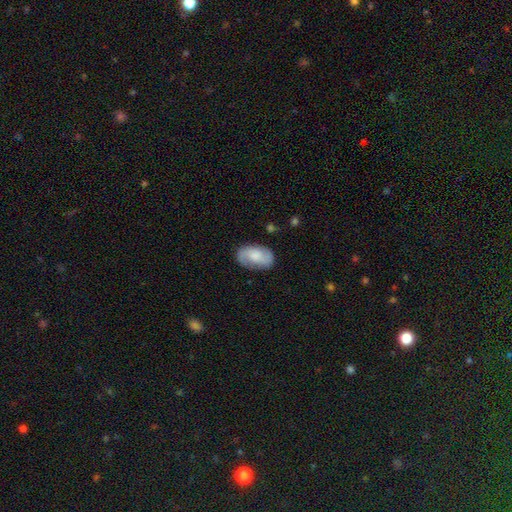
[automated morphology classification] Overall: featured or disk (52%; smooth 41%). Edge-on disk: no (96%). Merging: none (77%).